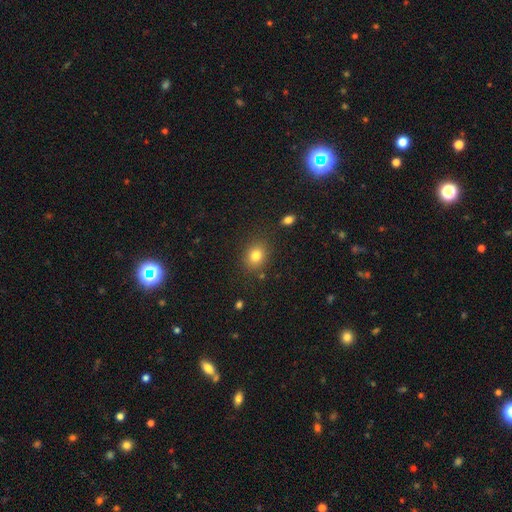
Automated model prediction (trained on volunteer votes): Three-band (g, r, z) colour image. It shows a smooth galaxy with no disk features (80%) that is round (56%). Merging: none (83%).